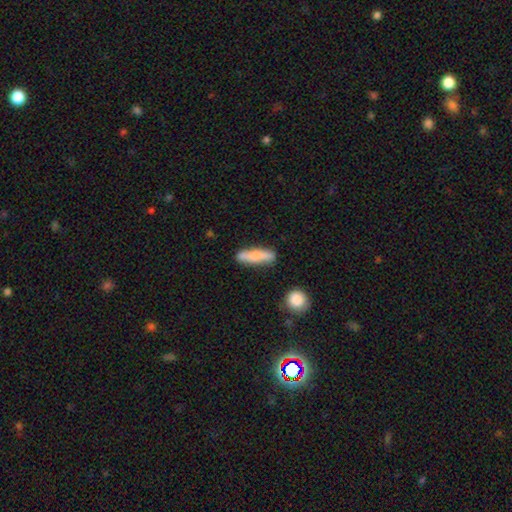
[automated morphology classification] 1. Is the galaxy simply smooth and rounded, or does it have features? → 71% smooth, 22% featured or disk, 6% star or artifact.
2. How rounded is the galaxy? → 75% cigar-shaped, 22% in between, 3% round.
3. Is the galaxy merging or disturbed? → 79% none, 14% minor disturbance, 4% merger, 3% major disturbance.